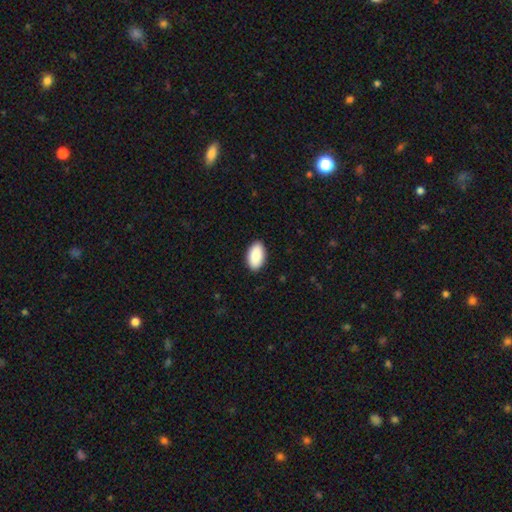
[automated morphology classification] A smooth galaxy with no disk features (91%) that is in between round and cigar-shaped (96%). Merging: none (90%).